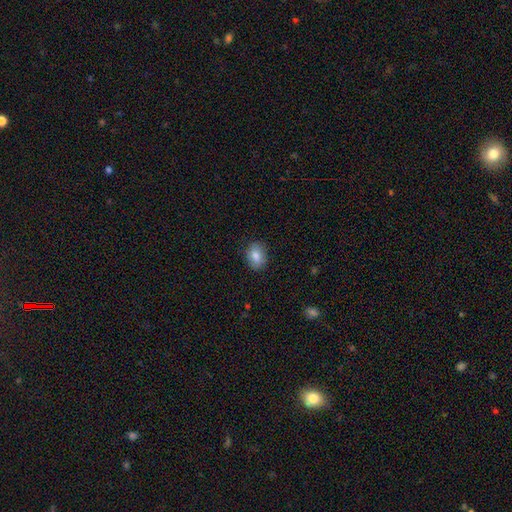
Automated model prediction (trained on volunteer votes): Smooth or featured? Predicted: smooth (p=0.82). How rounded? Predicted: in between (p=0.69). Merging? Predicted: none (p=0.85).